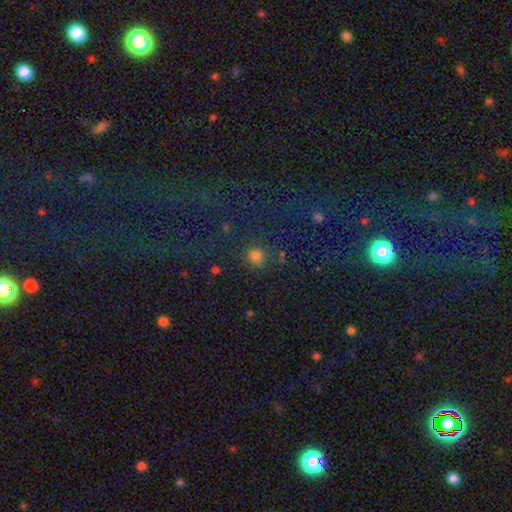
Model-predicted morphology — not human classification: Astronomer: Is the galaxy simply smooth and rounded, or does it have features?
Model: smooth — 67%.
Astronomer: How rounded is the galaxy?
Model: round — 78%.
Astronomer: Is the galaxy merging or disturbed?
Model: none — 70%.